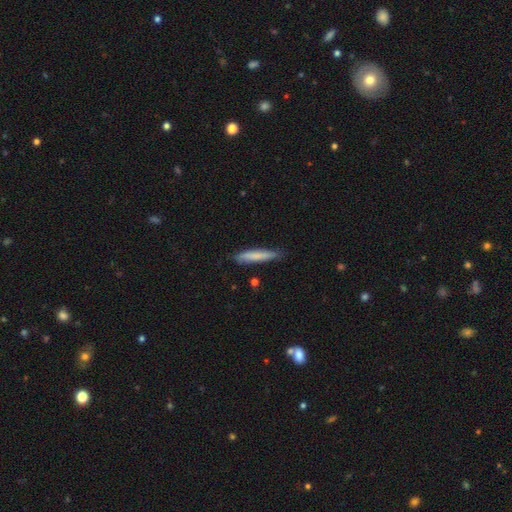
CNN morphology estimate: smooth 72%, featured or disk 23%, star or artifact 6%. Down the decision tree: how rounded — cigar-shaped (94%); merging — none (80%).